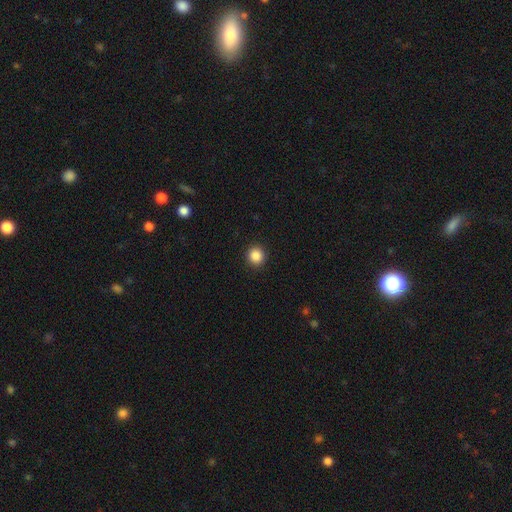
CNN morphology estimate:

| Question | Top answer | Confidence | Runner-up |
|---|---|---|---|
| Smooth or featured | smooth | 87% | star or artifact (10%) |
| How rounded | round | 92% | in between (7%) |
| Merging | none | 93% | minor disturbance (5%) |